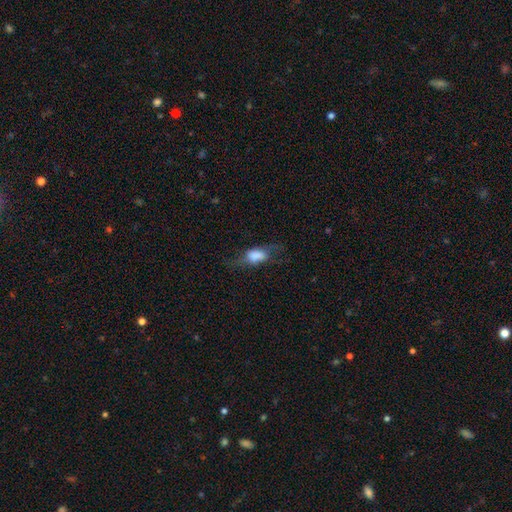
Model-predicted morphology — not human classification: Smooth or featured: smooth — 63% (featured or disk — 28%)
How rounded: in between — 77% (cigar-shaped — 14%)
Merging: none — 48% (major disturbance — 26%)